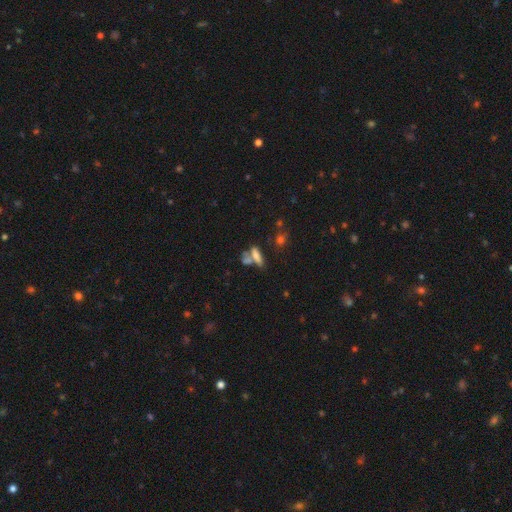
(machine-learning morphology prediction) The model was most divided on "merging": merger: 41%, none: 40%, minor disturbance: 12%, major disturbance: 8%. More confident: smooth or featured — smooth (60%); how rounded — in between (55%).